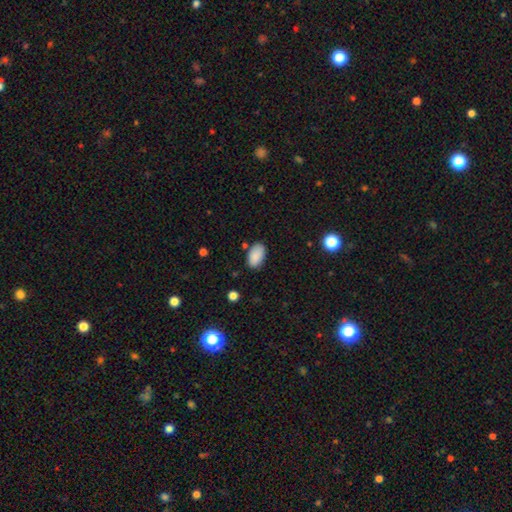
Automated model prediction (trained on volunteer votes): Smooth or featured? smooth (89%)
How rounded? in between (94%)
Merging? none (82%)